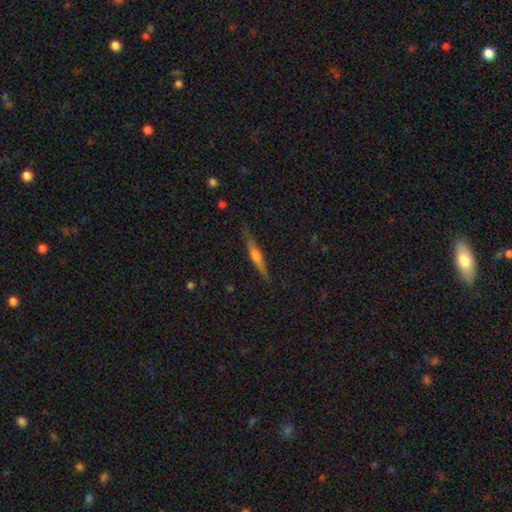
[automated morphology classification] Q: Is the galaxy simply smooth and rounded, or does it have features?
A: featured or disk — 71%.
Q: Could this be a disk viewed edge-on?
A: yes — 98%.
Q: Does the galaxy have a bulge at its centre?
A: rounded — 81%.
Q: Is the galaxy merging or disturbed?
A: none — 89%.